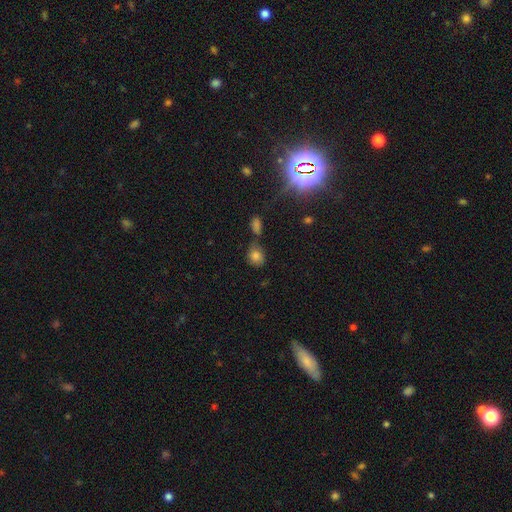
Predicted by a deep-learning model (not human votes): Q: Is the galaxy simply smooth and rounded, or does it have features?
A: smooth — 79%.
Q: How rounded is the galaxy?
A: round — 50%.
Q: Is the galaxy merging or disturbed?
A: none — 54%.